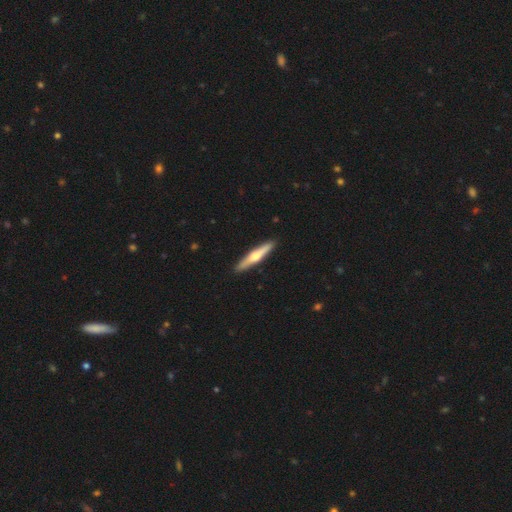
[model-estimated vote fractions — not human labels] Morphology: type=featured or disk (54%); edge-on=yes (96%); edge-on bulge=rounded (89%); merging=none (92%).